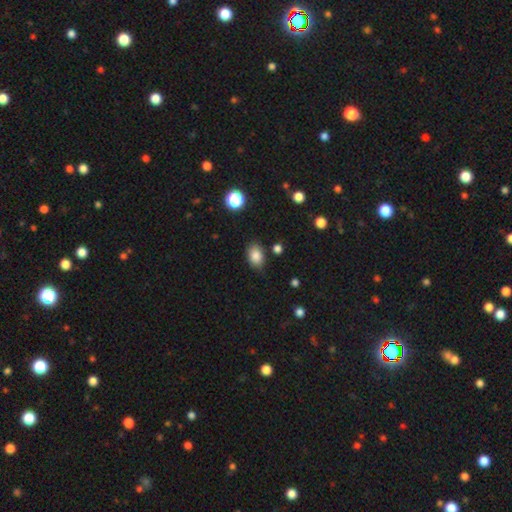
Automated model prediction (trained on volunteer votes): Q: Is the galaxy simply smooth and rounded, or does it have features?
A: smooth — 85%.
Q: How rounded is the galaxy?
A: in between — 80%.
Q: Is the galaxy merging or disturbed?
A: none — 82%.